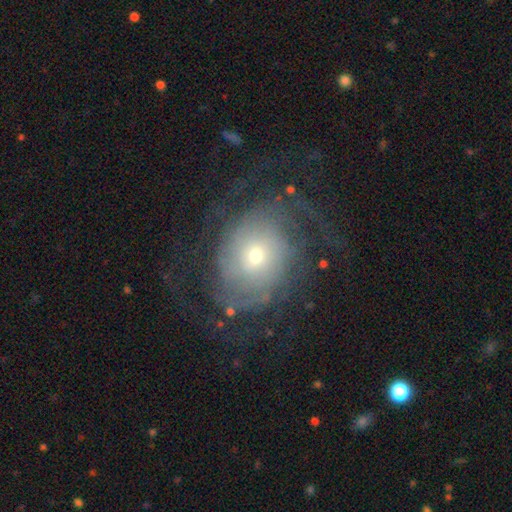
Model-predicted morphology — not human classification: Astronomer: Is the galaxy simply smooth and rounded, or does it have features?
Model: featured or disk — 76%.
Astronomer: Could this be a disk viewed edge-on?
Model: no — 97%.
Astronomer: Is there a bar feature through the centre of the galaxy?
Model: no — 76%.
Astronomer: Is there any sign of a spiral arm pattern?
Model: yes — 88%.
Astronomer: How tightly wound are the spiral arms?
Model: tight — 44% (runner-up: medium, 36%).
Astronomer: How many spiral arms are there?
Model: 2 — 34% (runner-up: can't tell, 33%).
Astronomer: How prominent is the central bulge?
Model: small — 60%.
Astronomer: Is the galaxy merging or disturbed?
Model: none — 62%.